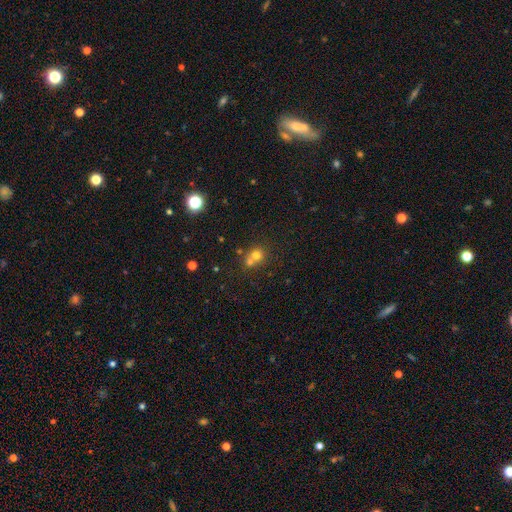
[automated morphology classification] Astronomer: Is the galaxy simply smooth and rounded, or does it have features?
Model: smooth — 69%.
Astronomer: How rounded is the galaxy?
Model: round — 83%.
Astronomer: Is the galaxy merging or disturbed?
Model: merger — 49% (runner-up: none, 42%).